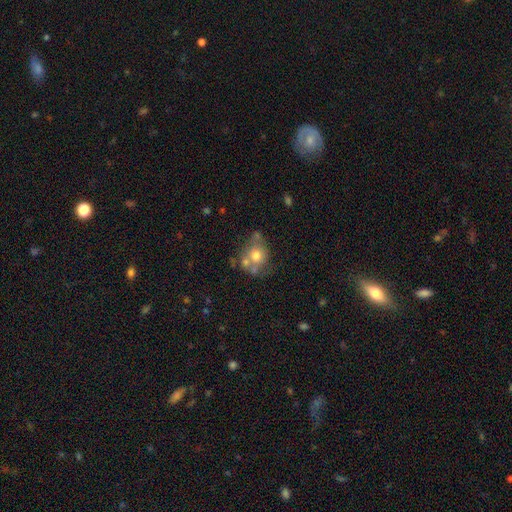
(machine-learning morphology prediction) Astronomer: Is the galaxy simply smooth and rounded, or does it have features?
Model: smooth — 63%.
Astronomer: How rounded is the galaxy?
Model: round — 71%.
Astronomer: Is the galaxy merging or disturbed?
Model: none — 44% (runner-up: merger, 30%).